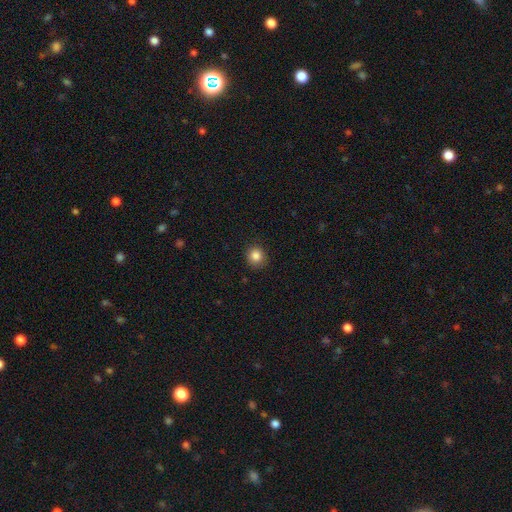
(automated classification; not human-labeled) Q: Smooth or featured?
A: smooth (85%); runner-up: star or artifact (10%)
Q: How rounded?
A: round (89%); runner-up: in between (10%)
Q: Merging?
A: none (85%); runner-up: minor disturbance (11%)